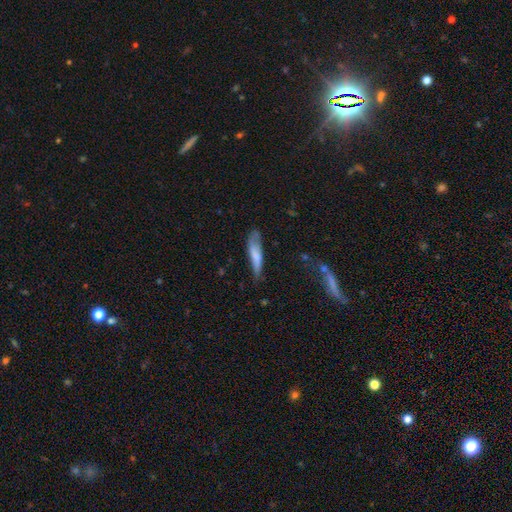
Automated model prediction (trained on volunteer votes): Smooth or featured? smooth (68%)
How rounded? cigar-shaped (76%)
Merging? none (50%)